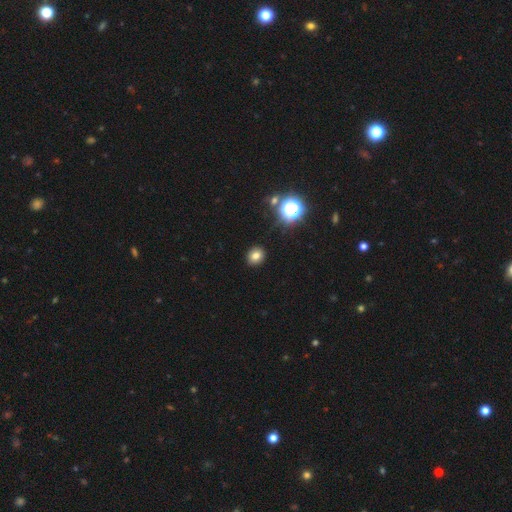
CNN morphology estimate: The model was most divided on "how rounded": round: 72%, in between: 27%, cigar-shaped: 1%. More confident: merging — none (90%); smooth or featured — smooth (78%).